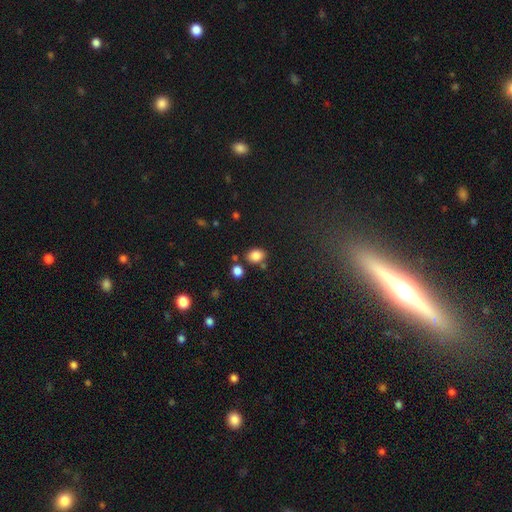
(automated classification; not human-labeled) Q: Smooth or featured?
A: smooth (84%); runner-up: star or artifact (10%)
Q: How rounded?
A: in between (62%); runner-up: round (37%)
Q: Merging?
A: none (72%); runner-up: minor disturbance (13%)